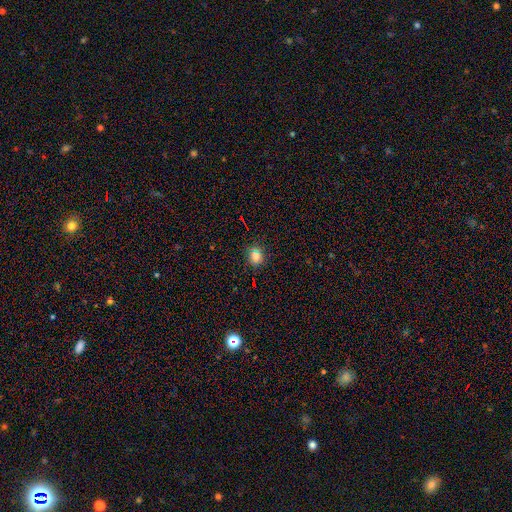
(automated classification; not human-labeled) Smooth or featured?
  - smooth: 74% *
  - star or artifact: 20%
  - featured or disk: 6%
How rounded?
  - round: 76% *
  - in between: 23%
  - cigar-shaped: 1%
Merging?
  - none: 85% *
  - minor disturbance: 11%
  - major disturbance: 3%
  - merger: 2%